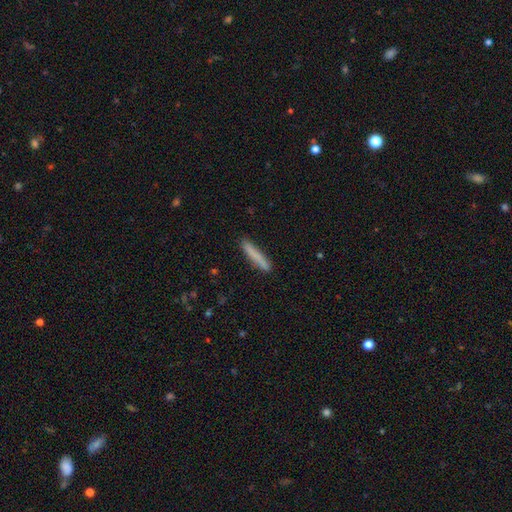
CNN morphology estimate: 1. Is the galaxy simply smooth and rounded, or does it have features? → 77% smooth, 16% featured or disk, 6% star or artifact.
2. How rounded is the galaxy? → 95% cigar-shaped, 4% in between, 1% round.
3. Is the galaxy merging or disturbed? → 87% none, 9% minor disturbance, 2% major disturbance, 2% merger.